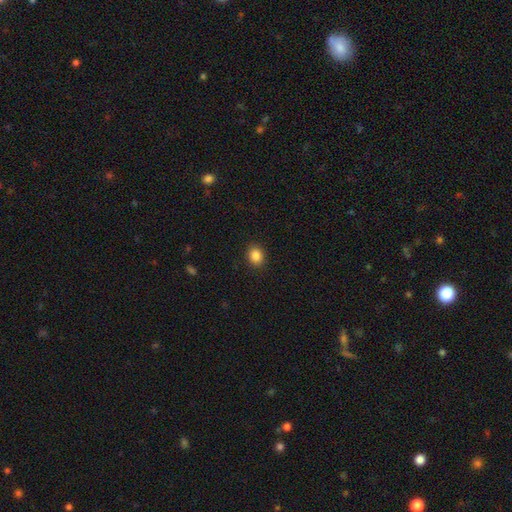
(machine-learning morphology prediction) The model was most divided on "how rounded": round: 65%, in between: 34%, cigar-shaped: 1%. More confident: merging — none (90%); smooth or featured — smooth (86%).